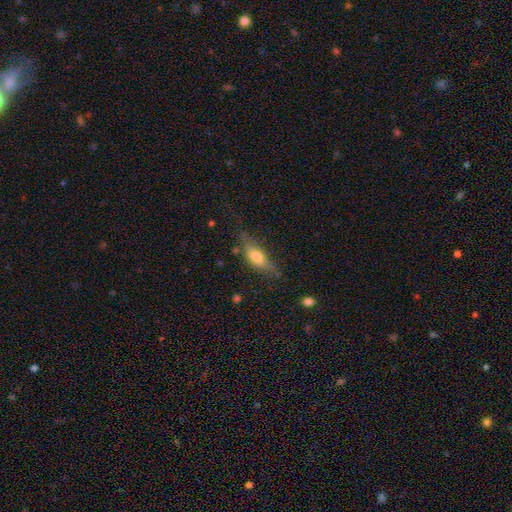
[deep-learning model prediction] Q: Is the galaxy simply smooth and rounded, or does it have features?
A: smooth — 62%.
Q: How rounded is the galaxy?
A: in between — 65%.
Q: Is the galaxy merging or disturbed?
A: none — 58%.